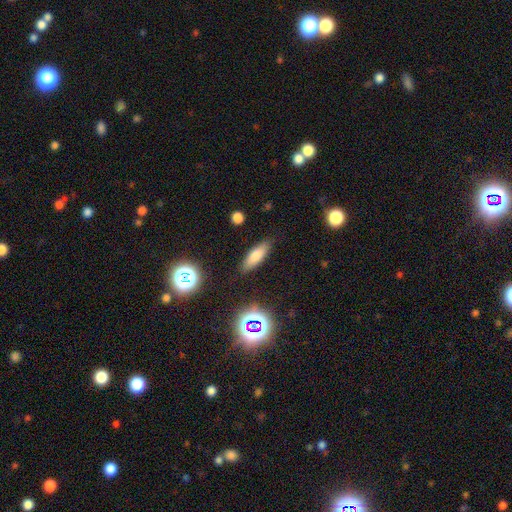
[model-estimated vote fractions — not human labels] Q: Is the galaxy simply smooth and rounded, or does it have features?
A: smooth — 72%.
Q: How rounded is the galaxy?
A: in between — 57%.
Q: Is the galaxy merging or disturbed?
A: none — 86%.